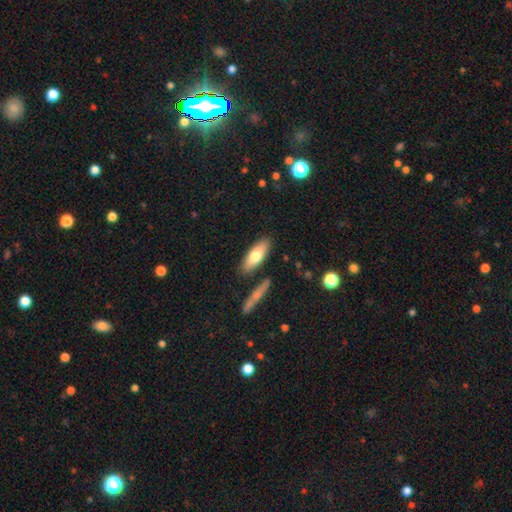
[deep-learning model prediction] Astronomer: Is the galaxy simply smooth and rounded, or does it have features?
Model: smooth — 71%.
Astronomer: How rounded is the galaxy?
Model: in between — 66%.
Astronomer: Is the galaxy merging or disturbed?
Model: none — 83%.